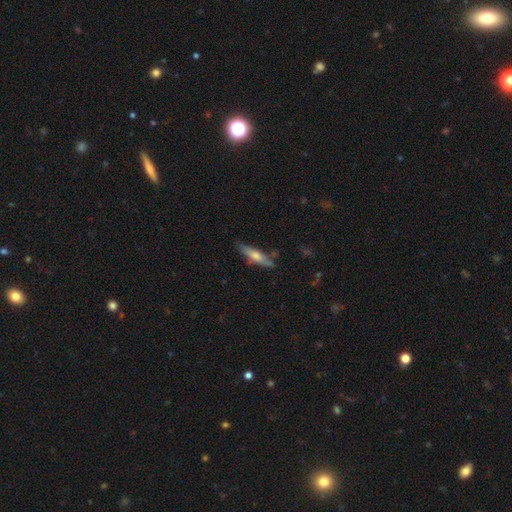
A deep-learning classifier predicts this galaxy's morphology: type=smooth (55%); roundness=cigar-shaped (78%); merging=none (71%).